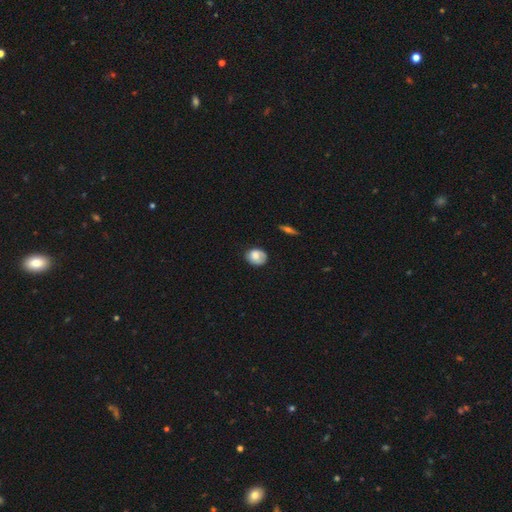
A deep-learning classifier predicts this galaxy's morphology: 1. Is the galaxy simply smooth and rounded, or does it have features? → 77% smooth, 16% featured or disk, 8% star or artifact.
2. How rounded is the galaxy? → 55% round, 44% in between, 1% cigar-shaped.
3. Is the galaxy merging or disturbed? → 64% none, 28% minor disturbance, 7% major disturbance, 2% merger.